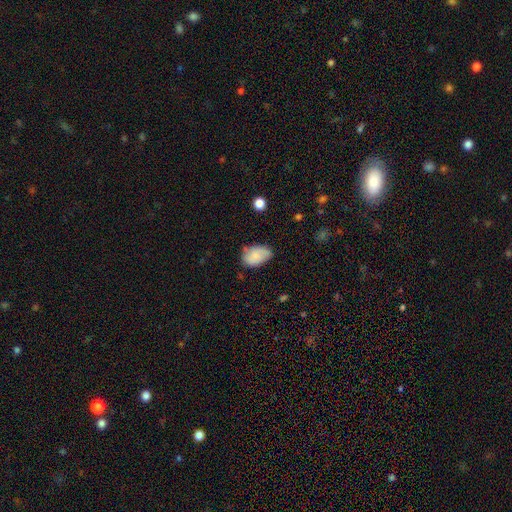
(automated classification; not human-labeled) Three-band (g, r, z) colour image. It shows a smooth galaxy with no disk features (81%) that is in between round and cigar-shaped (88%). Merging: none (57%).